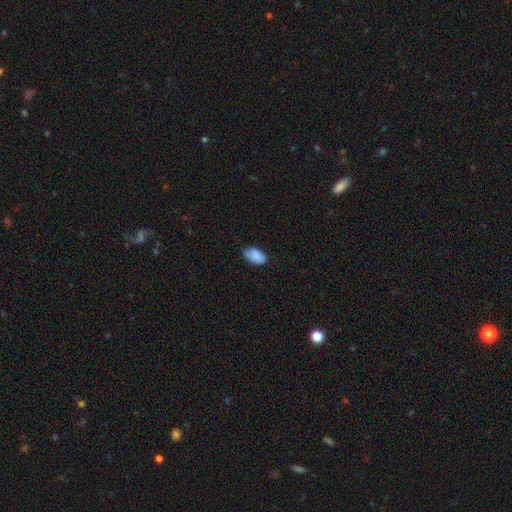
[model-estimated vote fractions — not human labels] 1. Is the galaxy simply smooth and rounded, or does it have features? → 82% smooth, 10% featured or disk, 8% star or artifact.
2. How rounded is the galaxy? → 94% in between, 4% round, 2% cigar-shaped.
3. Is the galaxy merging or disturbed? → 61% none, 31% minor disturbance, 6% major disturbance, 2% merger.